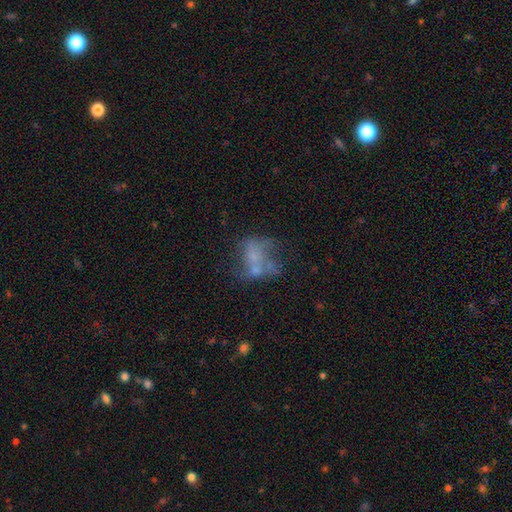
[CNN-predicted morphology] This appears to be a featured or disk galaxy (48%). Merging: merger (31%).